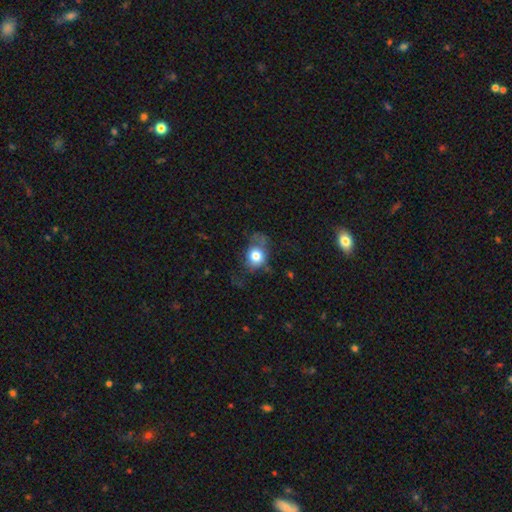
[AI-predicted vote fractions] Morphology: type=smooth (74%); roundness=round (63%); merging=none (45%).